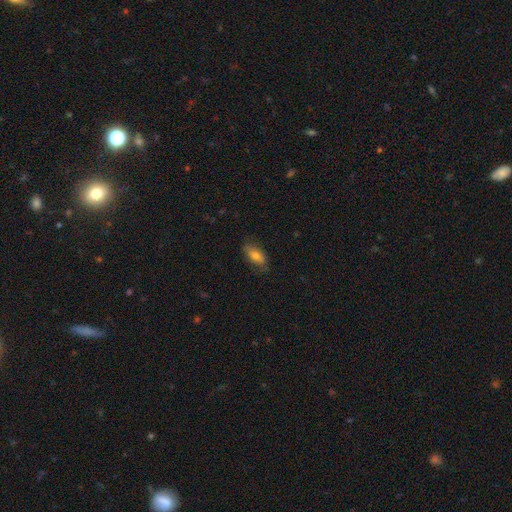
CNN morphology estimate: Smooth or featured? Predicted: smooth (p=0.70). How rounded? Predicted: in between (p=0.83). Merging? Predicted: none (p=0.76).